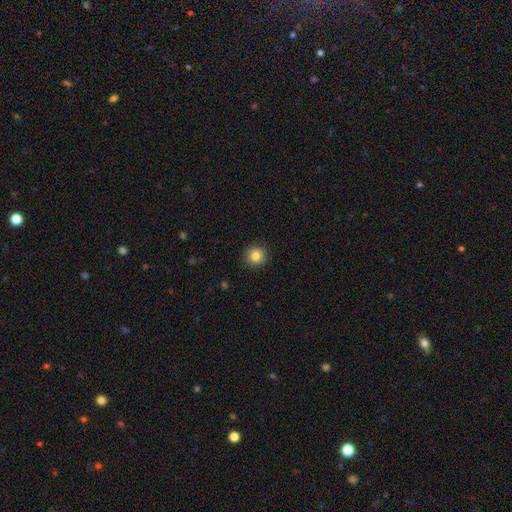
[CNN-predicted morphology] This appears to be a smooth galaxy with no disk features (84%) that is round (93%). Merging: none (92%).